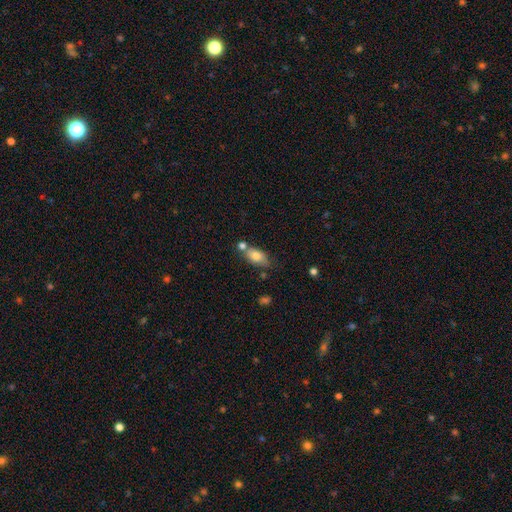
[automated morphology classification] Smooth or featured? Predicted: smooth (p=0.76). How rounded? Predicted: in between (p=0.86). Merging? Predicted: none (p=0.56).